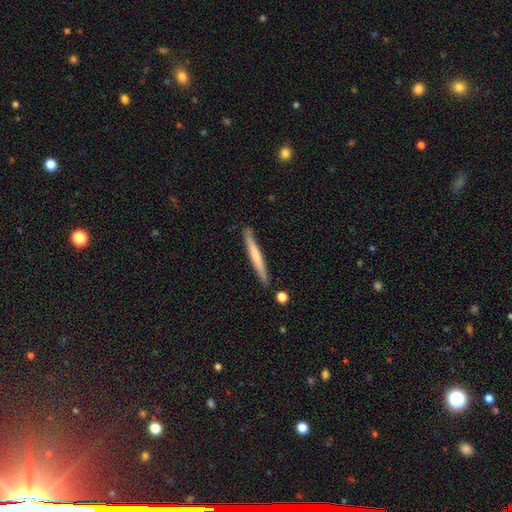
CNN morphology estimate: Q: Smooth or featured?
A: smooth (53%); runner-up: featured or disk (42%)
Q: How rounded?
A: cigar-shaped (96%); runner-up: in between (2%)
Q: Merging?
A: none (86%); runner-up: minor disturbance (10%)